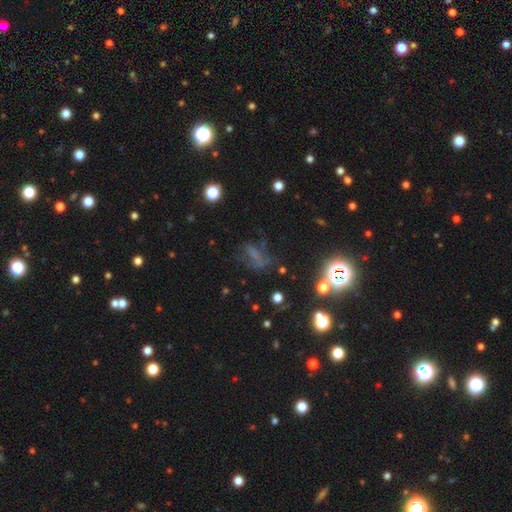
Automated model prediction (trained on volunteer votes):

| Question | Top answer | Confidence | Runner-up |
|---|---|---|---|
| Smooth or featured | star or artifact | 45% | smooth (31%) |